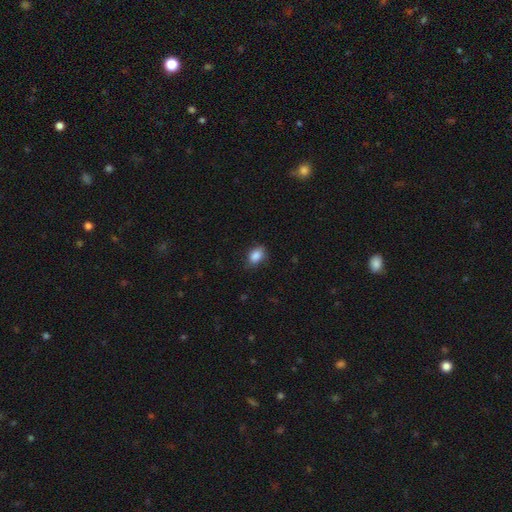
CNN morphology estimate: Smooth or featured: smooth — 87% (star or artifact — 8%)
How rounded: in between — 82% (round — 16%)
Merging: none — 78% (minor disturbance — 18%)